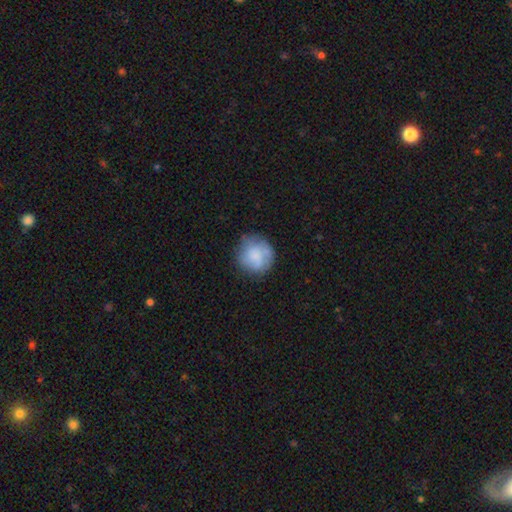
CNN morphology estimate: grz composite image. It shows a smooth galaxy with no disk features (68%) that is round (89%). Merging: none (65%).